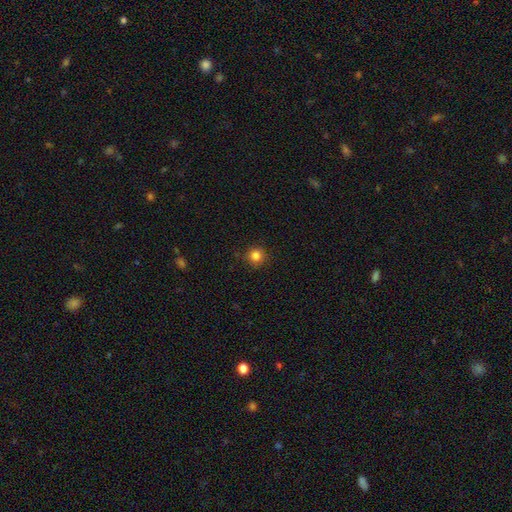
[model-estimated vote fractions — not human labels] smooth-or-featured: smooth: 84% | star or artifact: 12% | featured or disk: 4%
  how-rounded: round: 94% | in between: 5% | cigar-shaped: 1%
  merging: none: 89% | minor disturbance: 8% | major disturbance: 2% | merger: 1%